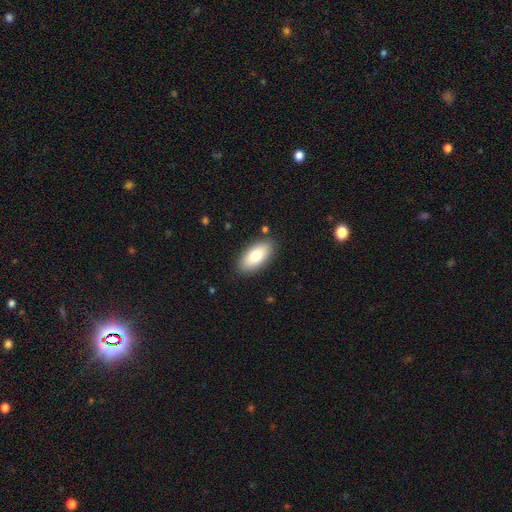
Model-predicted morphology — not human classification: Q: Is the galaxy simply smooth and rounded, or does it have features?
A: smooth — 79%.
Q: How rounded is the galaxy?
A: in between — 91%.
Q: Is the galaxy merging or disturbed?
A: none — 86%.